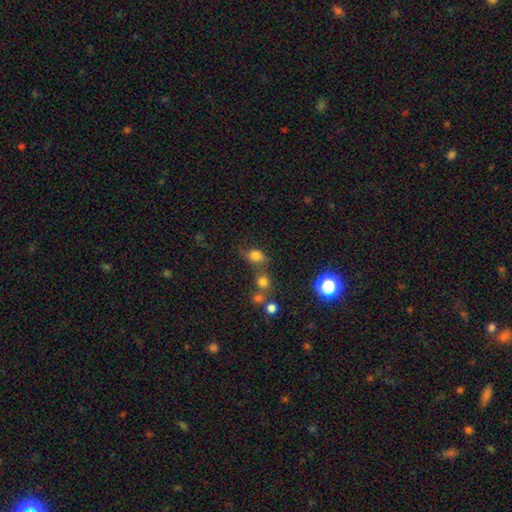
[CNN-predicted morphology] type=smooth (74%); roundness=round (53%); merging=none (51%).